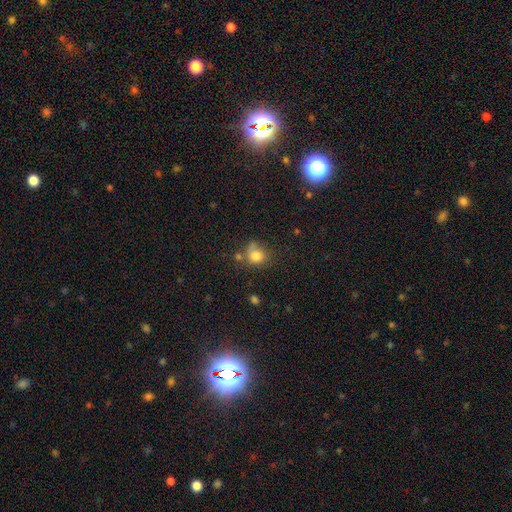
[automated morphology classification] Overall: smooth (78%). How rounded: round (76%). Merging: none (50%; minor disturbance 23%).